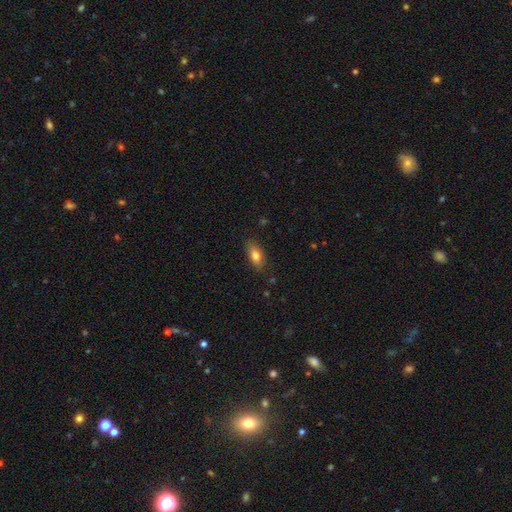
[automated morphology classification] The model was most divided on "smooth or featured": smooth: 79%, featured or disk: 13%, star or artifact: 8%. More confident: how rounded — in between (84%); merging — none (82%).